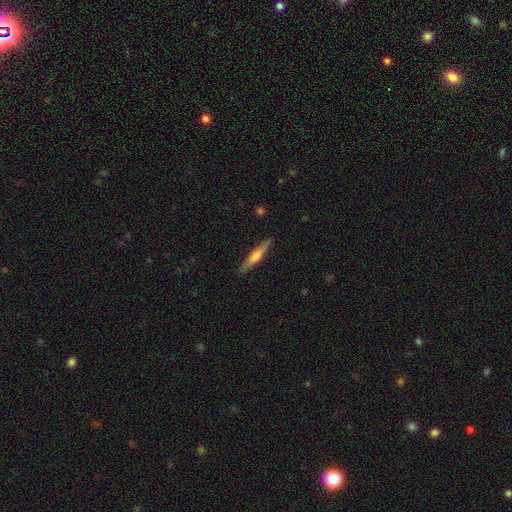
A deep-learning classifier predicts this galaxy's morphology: featured or disk 52%, smooth 43%, star or artifact 6%. Down the decision tree: edge-on disk — yes (96%); merging — none (89%).